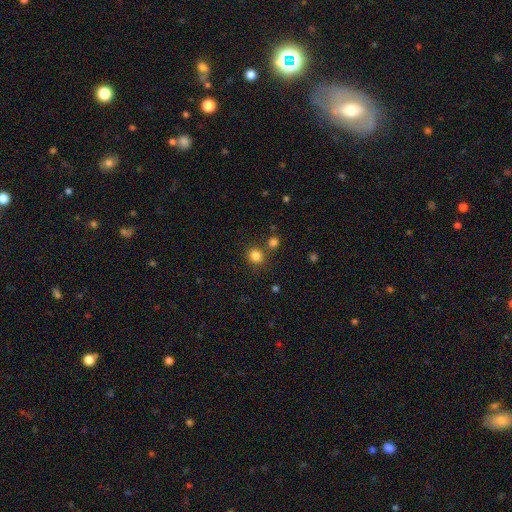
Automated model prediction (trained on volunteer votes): A smooth galaxy with no disk features (83%) that is round (86%).

Vote fractions:
- Smooth or featured? smooth: 83% / star or artifact: 13% / featured or disk: 4%
- How rounded? round: 86% / in between: 13% / cigar-shaped: 1%
- Merging? none: 75% / merger: 14% / minor disturbance: 8% / major disturbance: 3%